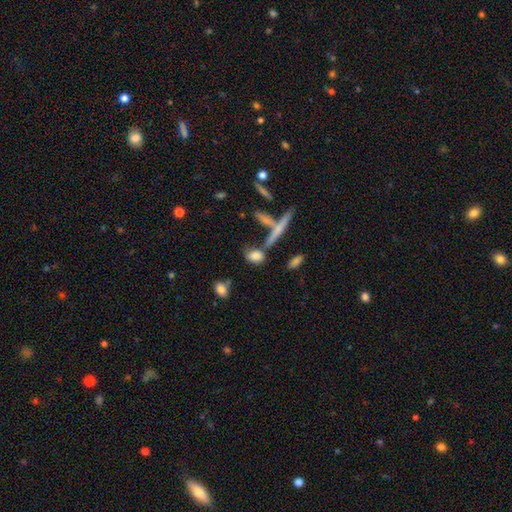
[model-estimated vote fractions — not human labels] A smooth galaxy with no disk features (75%) that is in between round and cigar-shaped (74%). Merging: none (51%).